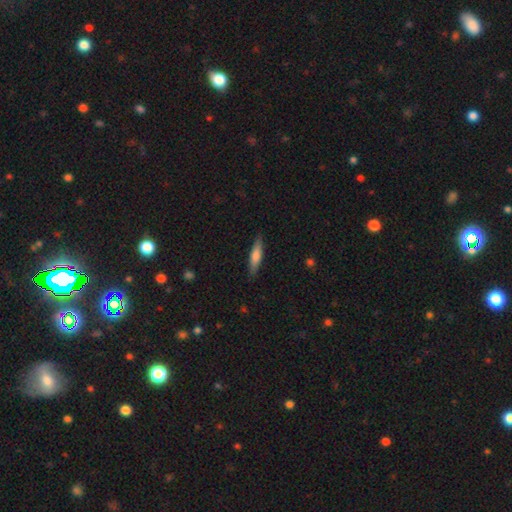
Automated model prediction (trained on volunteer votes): Smooth or featured? smooth (68%)
How rounded? cigar-shaped (79%)
Merging? none (87%)